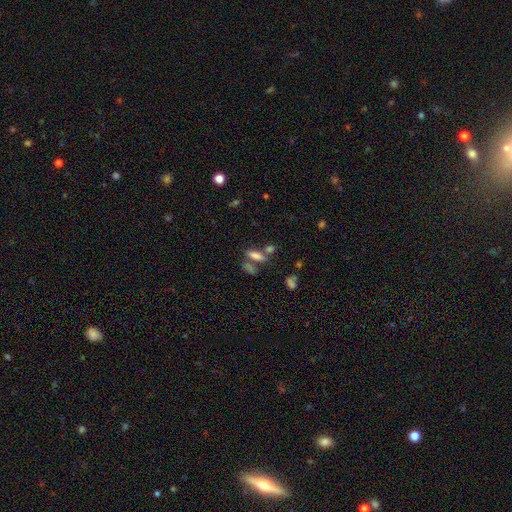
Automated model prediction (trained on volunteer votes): Overall: smooth (75%). How rounded: in between (57%; cigar-shaped 39%). Merging: none (51%; merger 28%).